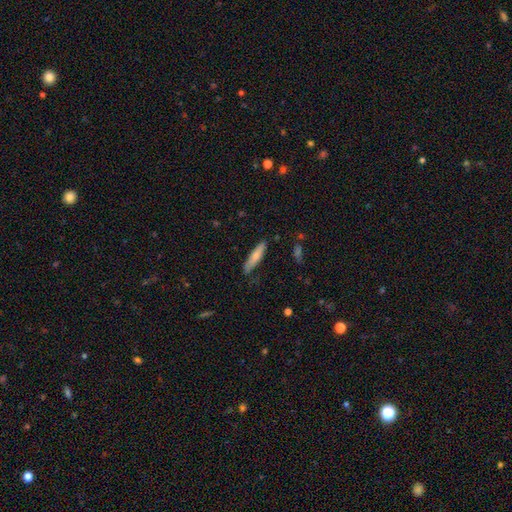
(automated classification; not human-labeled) This is likely a smooth galaxy (69%). How rounded: clearly cigar-shaped (81%). Merging: likely none (78%).